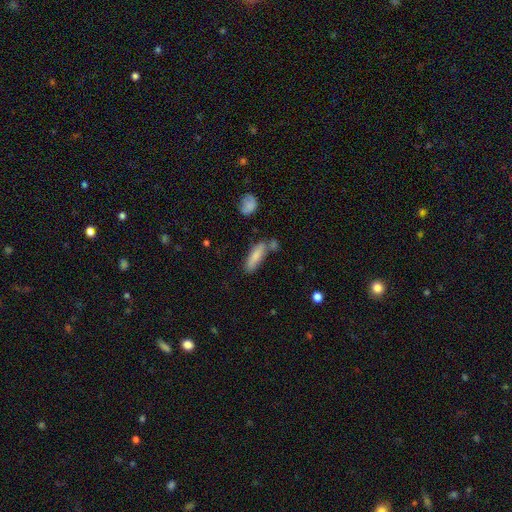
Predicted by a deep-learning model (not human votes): smooth 80%, featured or disk 13%, star or artifact 7%. Down the decision tree: how rounded — cigar-shaped (55%); merging — none (57%).